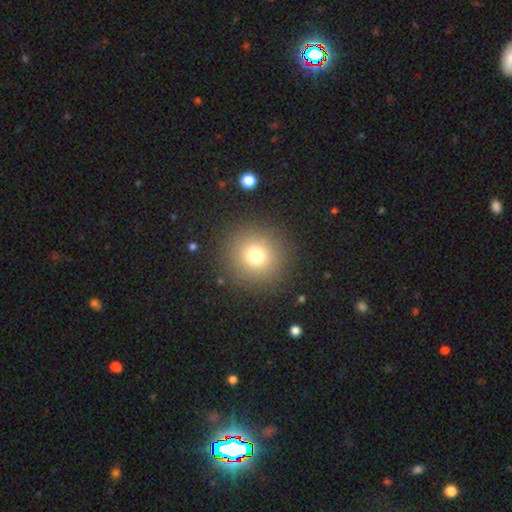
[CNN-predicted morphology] This is likely a smooth galaxy (74%). How rounded: clearly round (93%). Merging: clearly none (89%).